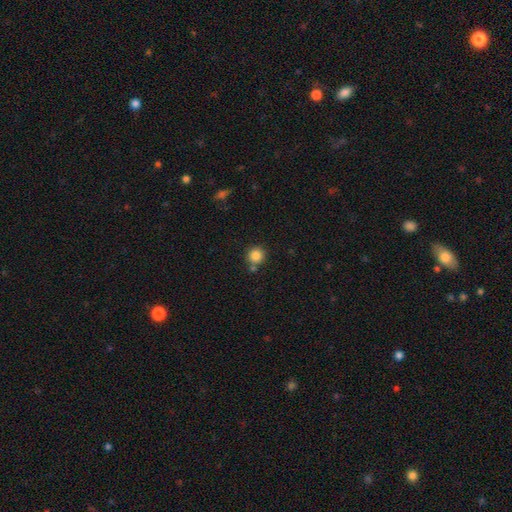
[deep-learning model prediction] Smooth or featured? smooth (85%)
How rounded? round (93%)
Merging? none (75%)